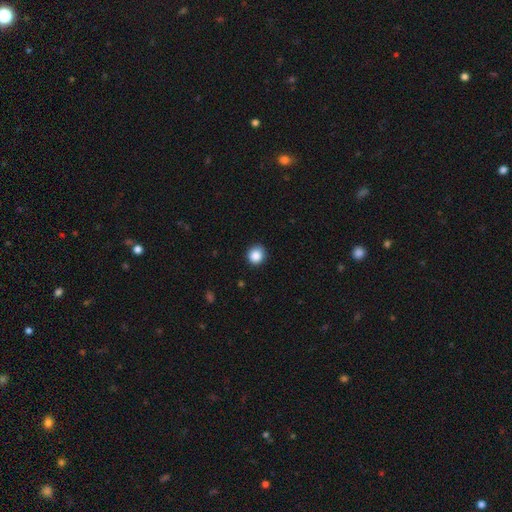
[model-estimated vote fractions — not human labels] Smooth or featured? Predicted: smooth (p=0.87). How rounded? Predicted: round (p=0.90). Merging? Predicted: none (p=0.85).